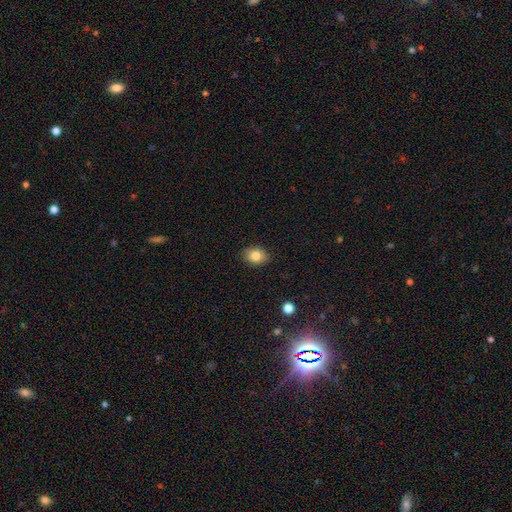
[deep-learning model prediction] smooth-or-featured: smooth: 83% | star or artifact: 9% | featured or disk: 8%
  how-rounded: in between: 64% | round: 35% | cigar-shaped: 1%
  merging: none: 87% | minor disturbance: 10% | major disturbance: 2% | merger: 1%